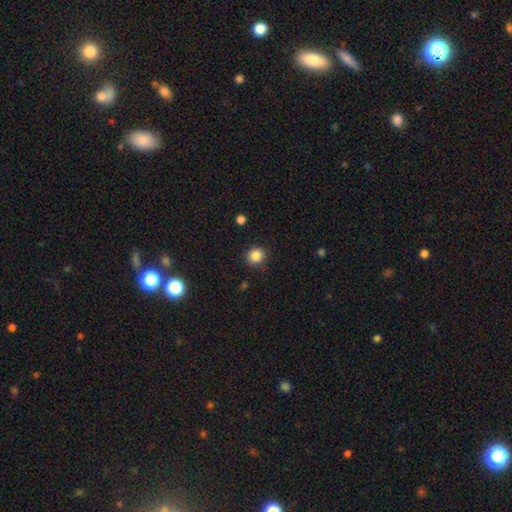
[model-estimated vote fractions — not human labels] Morphology: type=smooth (86%); roundness=round (89%); merging=none (88%).